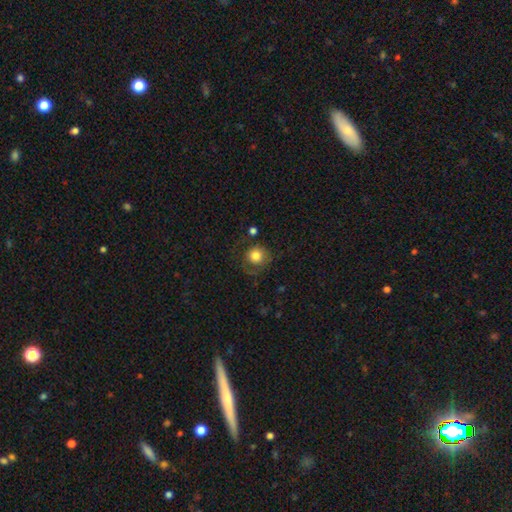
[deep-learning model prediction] Smooth or featured: smooth — 77% (featured or disk — 13%)
How rounded: round — 91% (in between — 8%)
Merging: none — 62% (minor disturbance — 19%)